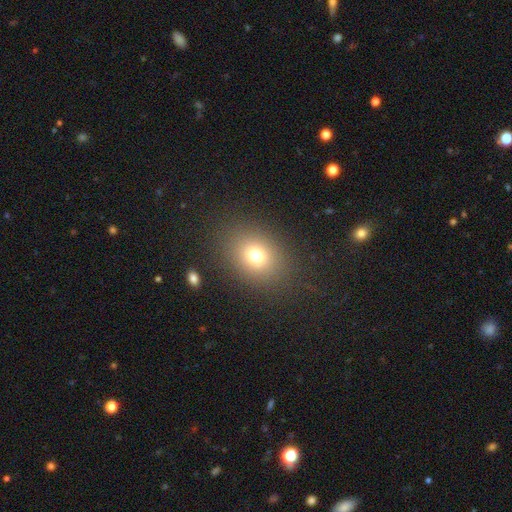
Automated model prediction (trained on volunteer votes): Q: Smooth or featured?
A: smooth (73%); runner-up: star or artifact (16%)
Q: How rounded?
A: in between (50%); runner-up: round (49%)
Q: Merging?
A: none (85%); runner-up: minor disturbance (9%)